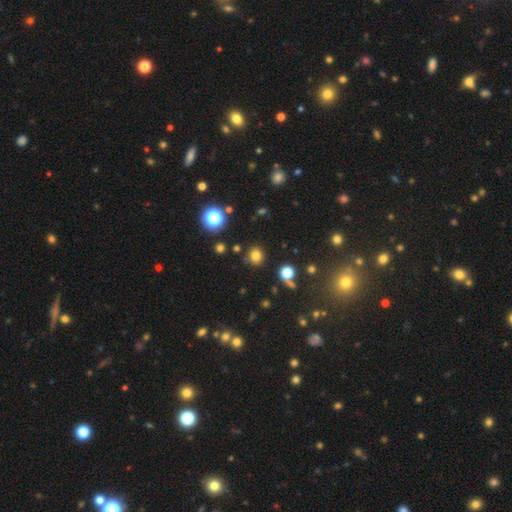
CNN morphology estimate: The model was most divided on "smooth or featured": smooth: 78%, star or artifact: 17%, featured or disk: 6%. More confident: merging — none (85%); how rounded — round (83%).